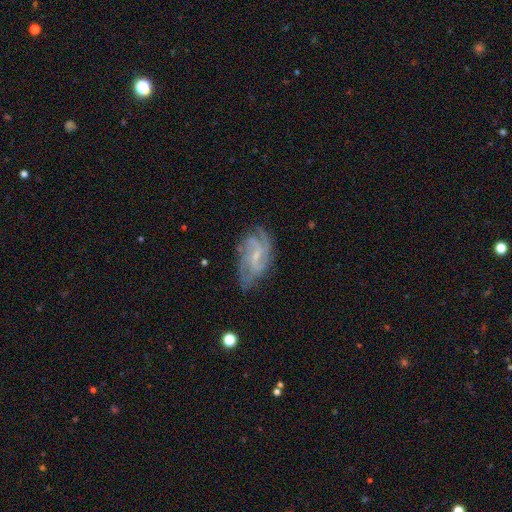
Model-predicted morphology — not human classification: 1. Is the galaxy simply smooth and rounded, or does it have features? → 83% featured or disk, 10% smooth, 7% star or artifact.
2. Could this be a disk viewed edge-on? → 96% no, 4% yes.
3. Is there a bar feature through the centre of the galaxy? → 52% weak, 32% no, 16% strong.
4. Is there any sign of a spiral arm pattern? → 95% yes, 5% no.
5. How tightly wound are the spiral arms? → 43% tight (tied), 43% medium (tied), 14% loose.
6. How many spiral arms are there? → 27% 3, 25% can't tell, 25% 2, 13% 4, 5% 1, 5% more than 4.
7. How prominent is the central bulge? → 63% small, 22% moderate, 13% none, 1% large, 1% dominant.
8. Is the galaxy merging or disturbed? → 68% none, 21% minor disturbance, 9% major disturbance, 2% merger.